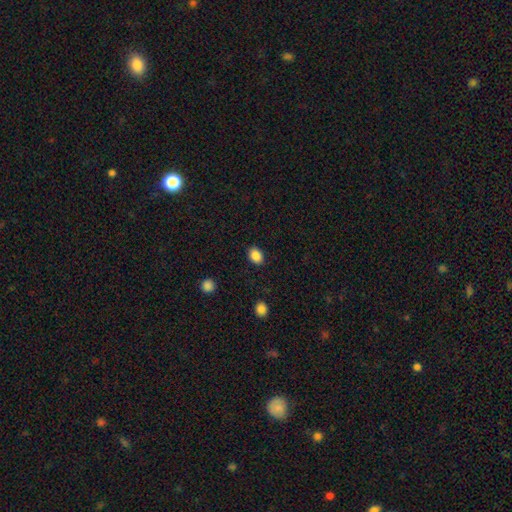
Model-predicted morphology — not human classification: Smooth or featured: smooth — 87% (star or artifact — 9%)
How rounded: in between — 69% (round — 30%)
Merging: none — 87% (minor disturbance — 9%)